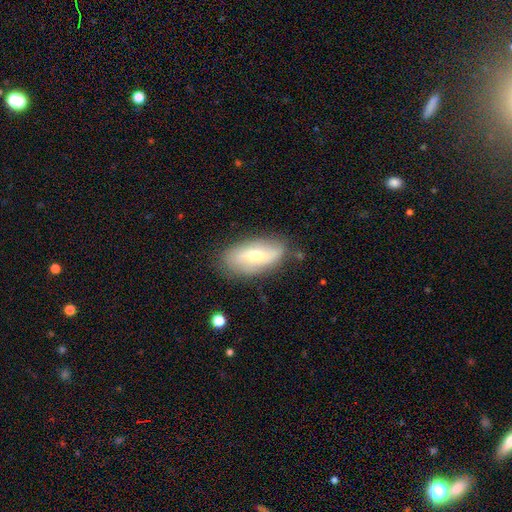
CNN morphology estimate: Smooth or featured?
  - featured or disk: 52% *
  - smooth: 41%
  - star or artifact: 7%
Edge-on disk?
  - no: 84% *
  - yes: 16%
Merging?
  - none: 79% *
  - minor disturbance: 15%
  - major disturbance: 4%
  - merger: 2%